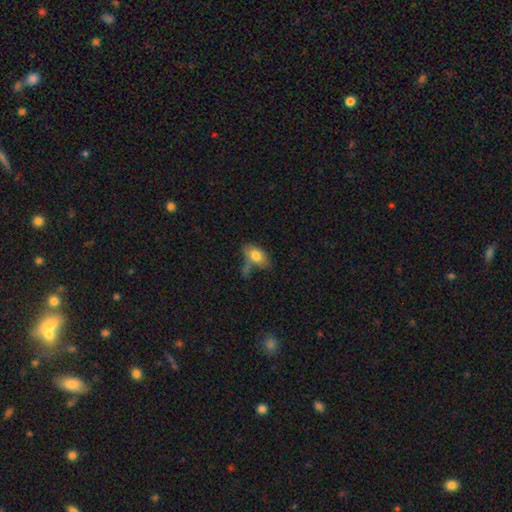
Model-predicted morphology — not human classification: A smooth galaxy with no disk features (78%) that is in between round and cigar-shaped (89%). Merging: none (48%).